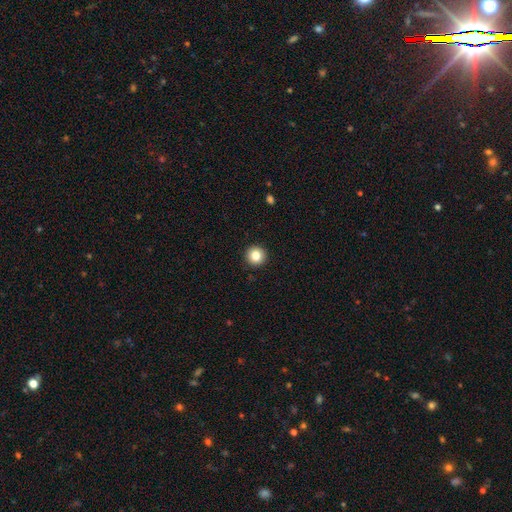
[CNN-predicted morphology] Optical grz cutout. It shows a smooth galaxy with no disk features (84%) that is round (95%). Merging: none (93%).